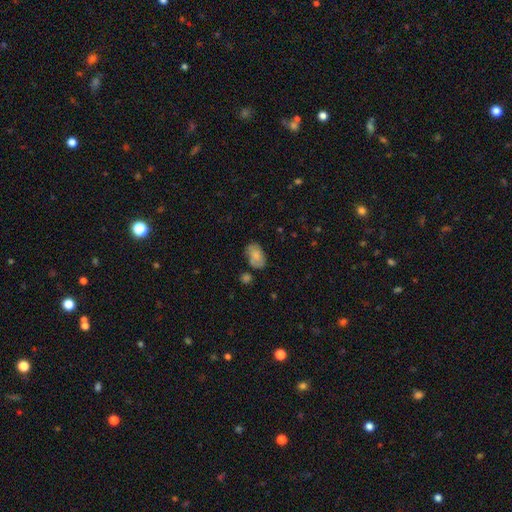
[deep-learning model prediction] Morphology: type=smooth (76%); roundness=in between (90%); merging=none (58%).